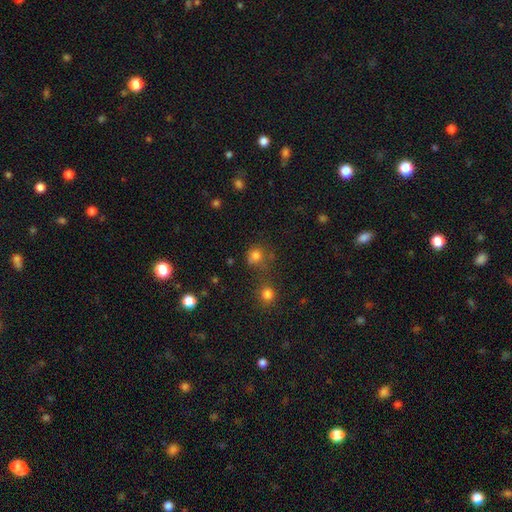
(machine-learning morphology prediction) Smooth or featured? Predicted: smooth (p=0.76). How rounded? Predicted: round (p=0.84). Merging? Predicted: none (p=0.57).